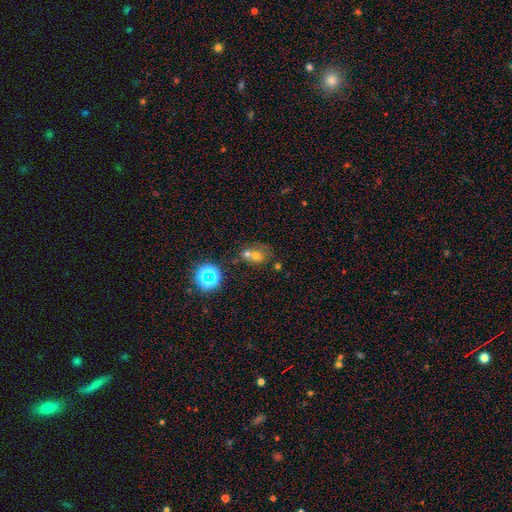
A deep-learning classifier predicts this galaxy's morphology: This appears to be a smooth galaxy with no disk features (56%) that is round (59%). Merging: merger (53%).